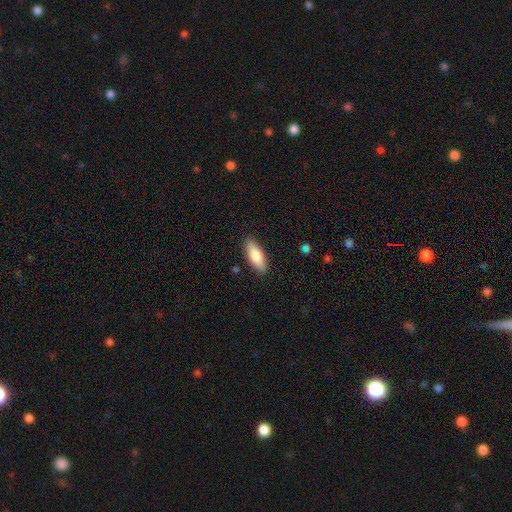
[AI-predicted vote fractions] smooth 76%, featured or disk 18%, star or artifact 6%. Down the decision tree: how rounded — in between (71%); merging — none (88%).